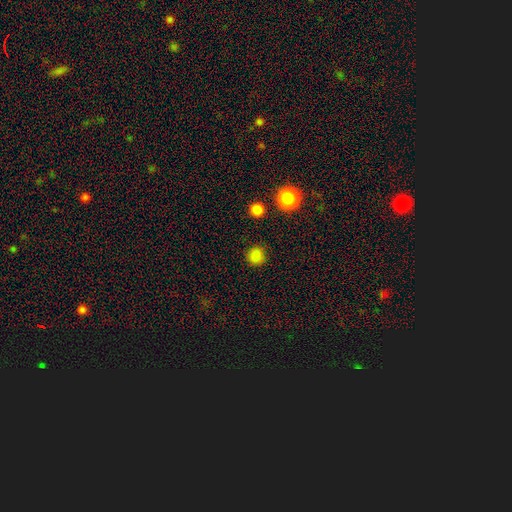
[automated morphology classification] Smooth or featured? smooth (83%)
How rounded? round (90%)
Merging? none (88%)